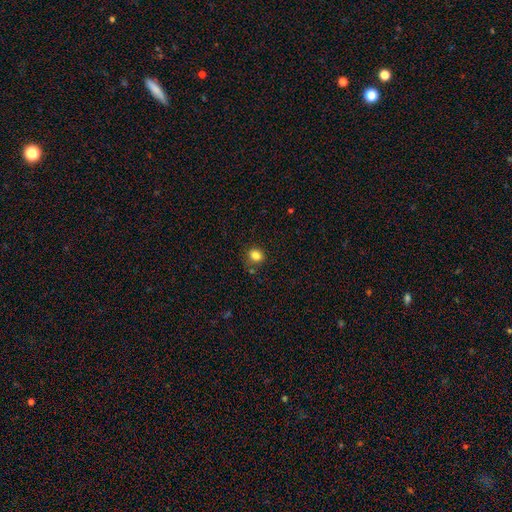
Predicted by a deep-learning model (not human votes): This appears to be a smooth galaxy with no disk features (83%) that is round (78%). Merging: none (81%).